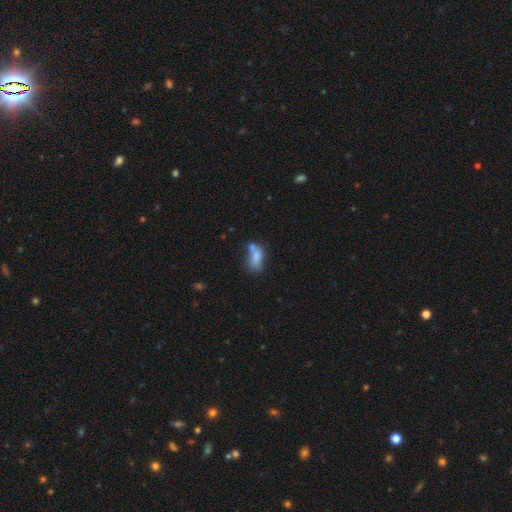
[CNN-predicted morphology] Smooth or featured? Predicted: smooth (p=0.71). How rounded? Predicted: in between (p=0.82). Merging? Predicted: merger (p=0.38).